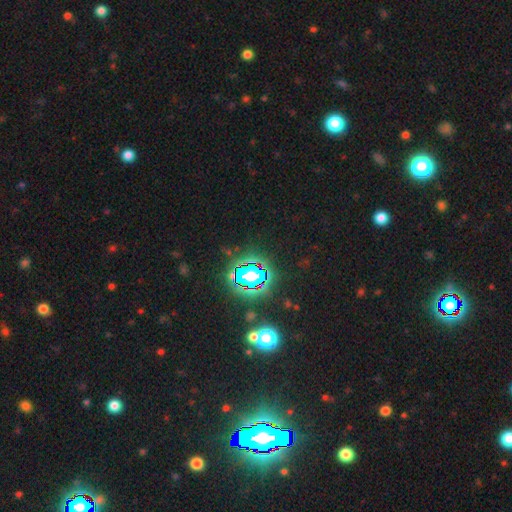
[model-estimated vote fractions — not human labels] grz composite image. It shows a star or artifact, not a galaxy (82%).